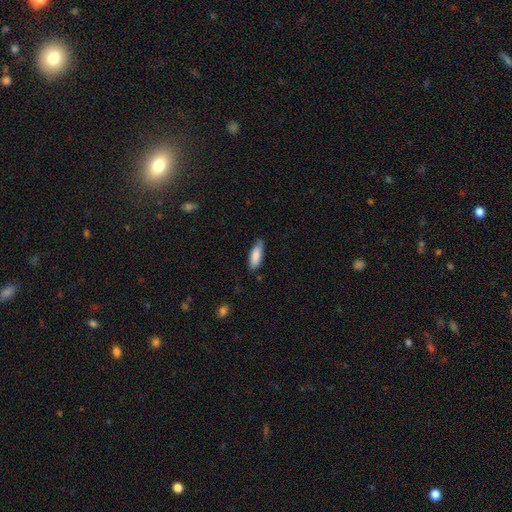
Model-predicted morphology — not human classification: A smooth galaxy with no disk features (85%) that is in between round and cigar-shaped (60%).

Vote fractions:
- Smooth or featured? smooth: 85% / featured or disk: 10% / star or artifact: 6%
- How rounded? in between: 60% / cigar-shaped: 38% / round: 2%
- Merging? none: 76% / minor disturbance: 19% / major disturbance: 3% / merger: 2%